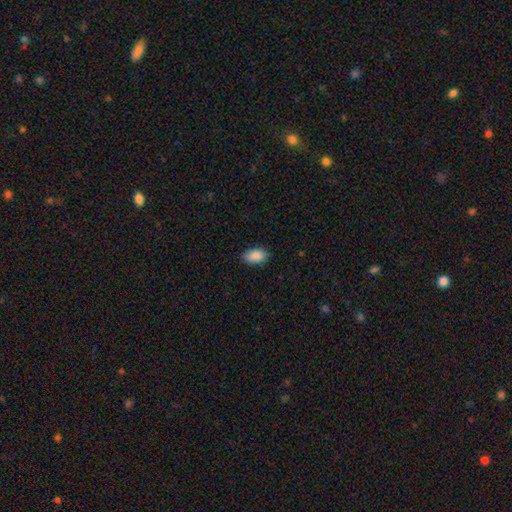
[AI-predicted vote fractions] Smooth or featured: smooth — 90% (star or artifact — 7%)
How rounded: in between — 94% (round — 4%)
Merging: none — 87% (minor disturbance — 10%)